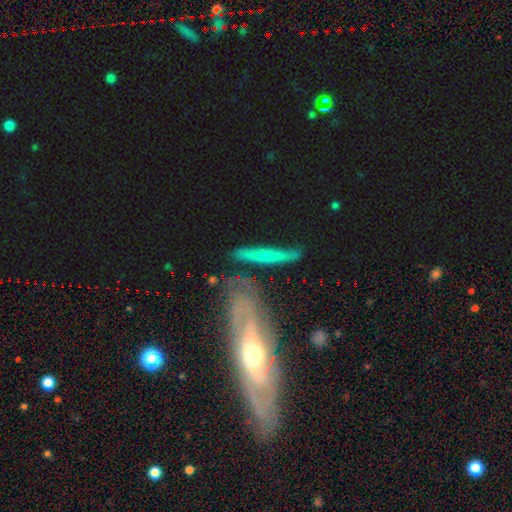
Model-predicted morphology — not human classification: Smooth or featured: featured or disk — 48% (smooth — 42%)
Merging: none — 76% (minor disturbance — 14%)